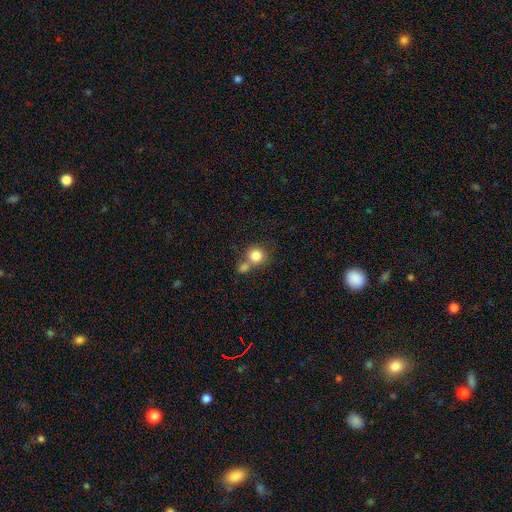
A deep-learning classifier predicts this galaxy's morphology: Smooth or featured? smooth (82%)
How rounded? round (88%)
Merging? none (46%)